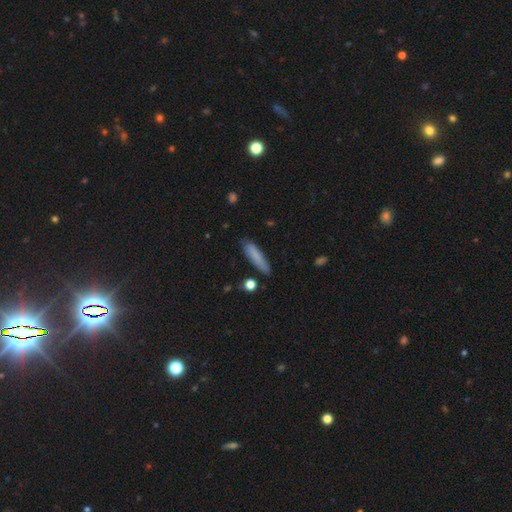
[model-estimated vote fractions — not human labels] Overall: smooth (82%). How rounded: cigar-shaped (83%). Merging: none (79%).